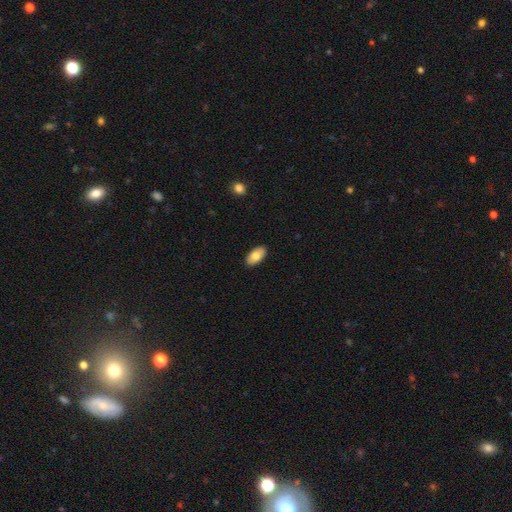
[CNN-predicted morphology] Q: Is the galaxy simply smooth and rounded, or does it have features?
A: smooth — 81%.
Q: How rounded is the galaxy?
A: in between — 94%.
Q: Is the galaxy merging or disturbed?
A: none — 90%.